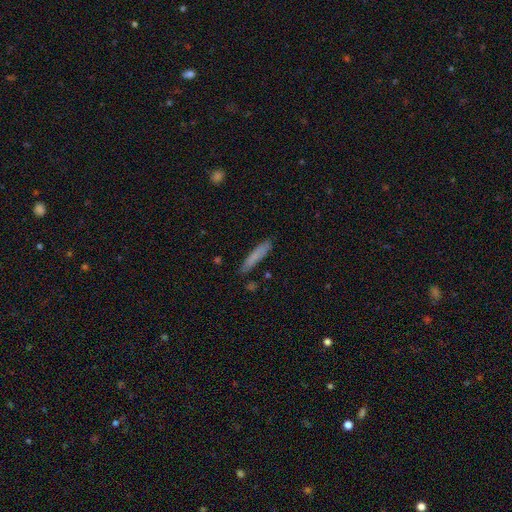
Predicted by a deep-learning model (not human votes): smooth-or-featured: smooth: 76% | featured or disk: 17% | star or artifact: 7%
  how-rounded: cigar-shaped: 91% | in between: 8% | round: 1%
  merging: none: 84% | minor disturbance: 12% | merger: 2% | major disturbance: 2%